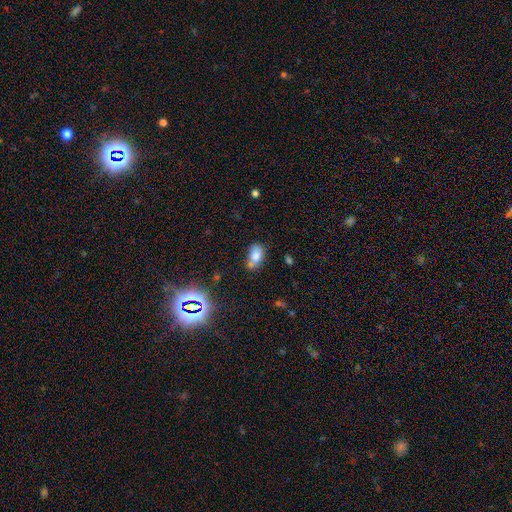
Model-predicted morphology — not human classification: Smooth or featured?
  - smooth: 75% *
  - star or artifact: 13%
  - featured or disk: 12%
How rounded?
  - in between: 85% *
  - round: 12%
  - cigar-shaped: 2%
Merging?
  - none: 46% *
  - merger: 24%
  - minor disturbance: 22%
  - major disturbance: 8%